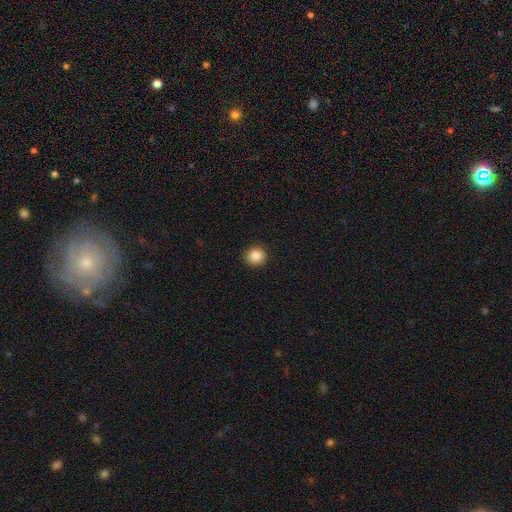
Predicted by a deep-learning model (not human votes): Smooth or featured? Predicted: smooth (p=0.87). How rounded? Predicted: round (p=0.89). Merging? Predicted: none (p=0.91).